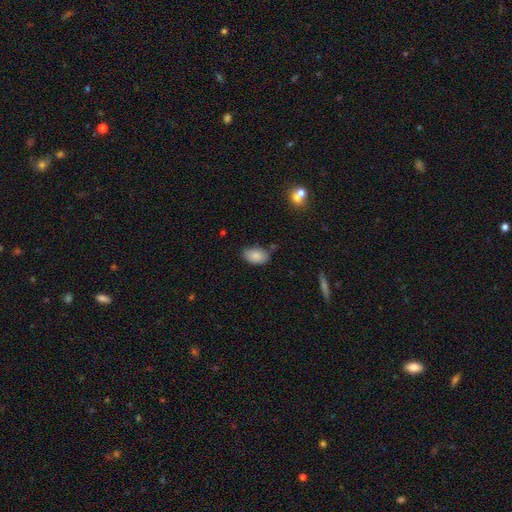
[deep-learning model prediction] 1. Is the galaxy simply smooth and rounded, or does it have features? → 85% smooth, 8% star or artifact, 7% featured or disk.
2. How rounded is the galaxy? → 90% in between, 8% round, 1% cigar-shaped.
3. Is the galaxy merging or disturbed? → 70% none, 22% minor disturbance, 4% merger, 4% major disturbance.